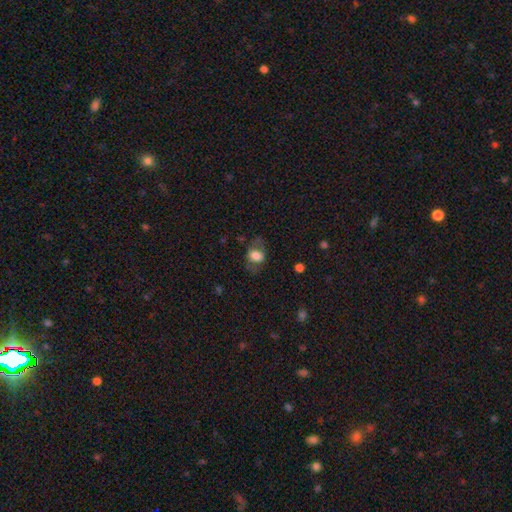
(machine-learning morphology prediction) This appears to be a smooth galaxy with no disk features (65%) that is in between round and cigar-shaped (73%). Merging: none (62%).